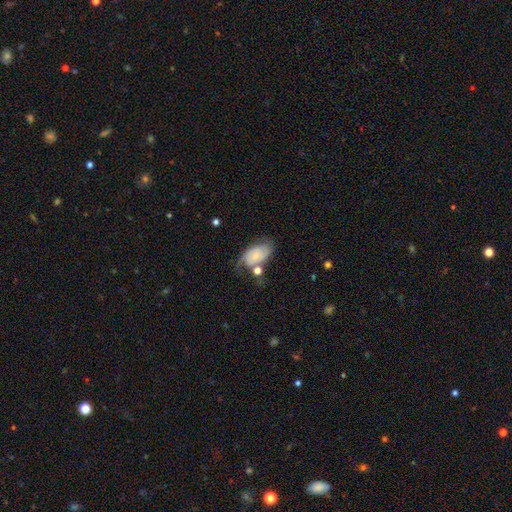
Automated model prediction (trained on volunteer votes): This is possibly a featured or disk galaxy (49%). Merging: marginally none (38%).